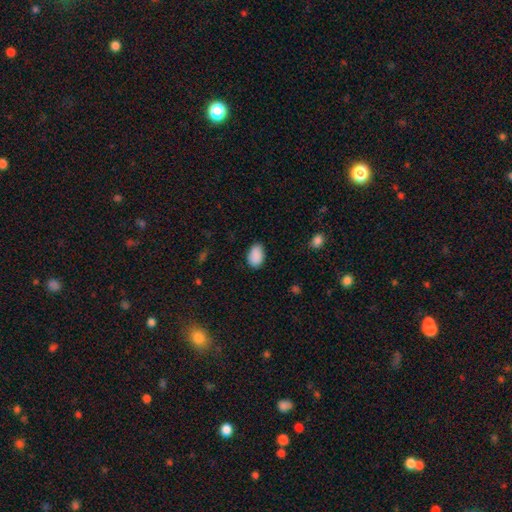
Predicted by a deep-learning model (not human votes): A smooth galaxy with no disk features (90%) that is in between round and cigar-shaped (88%). Merging: none (84%).